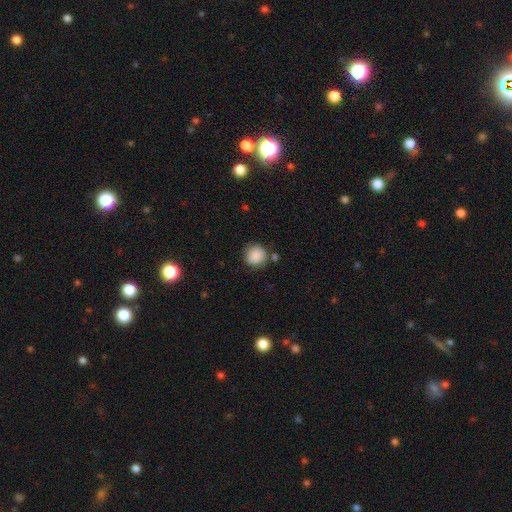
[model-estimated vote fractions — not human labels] This appears to be a smooth galaxy with no disk features (88%) that is round (92%). Merging: none (77%).